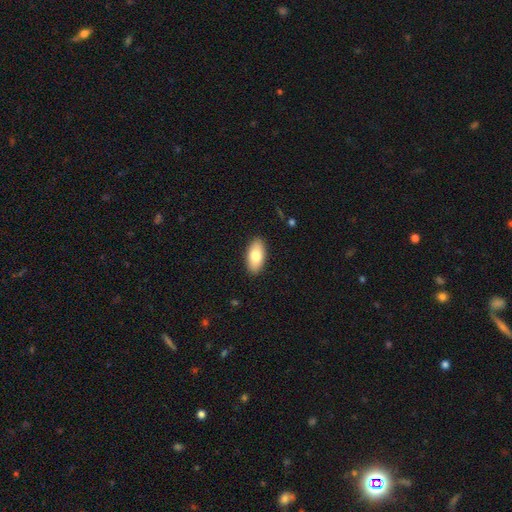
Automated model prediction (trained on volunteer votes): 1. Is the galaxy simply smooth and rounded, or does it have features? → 78% smooth, 16% featured or disk, 6% star or artifact.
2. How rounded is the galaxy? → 92% in between, 5% cigar-shaped, 3% round.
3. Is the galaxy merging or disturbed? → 90% none, 7% minor disturbance, 2% major disturbance, 1% merger.